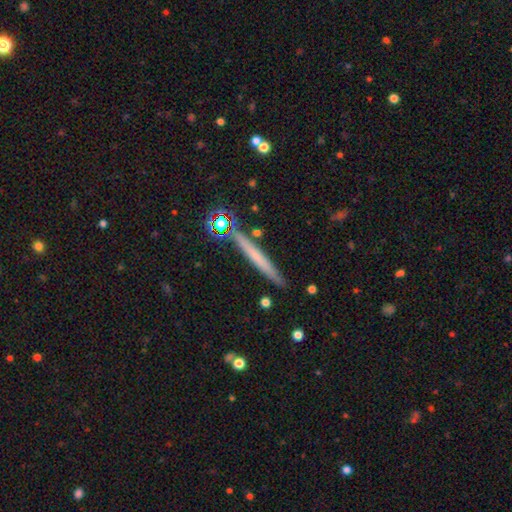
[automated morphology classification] Smooth or featured?
  - smooth: 50% *
  - featured or disk: 39%
  - star or artifact: 11%
Merging?
  - none: 86% *
  - minor disturbance: 9%
  - merger: 3%
  - major disturbance: 2%